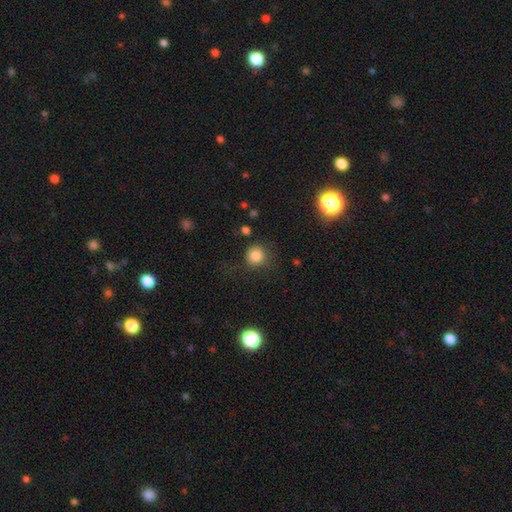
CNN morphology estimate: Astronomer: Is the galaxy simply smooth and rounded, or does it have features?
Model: smooth — 83%.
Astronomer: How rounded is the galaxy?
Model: round — 89%.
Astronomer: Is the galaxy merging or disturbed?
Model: none — 73%.